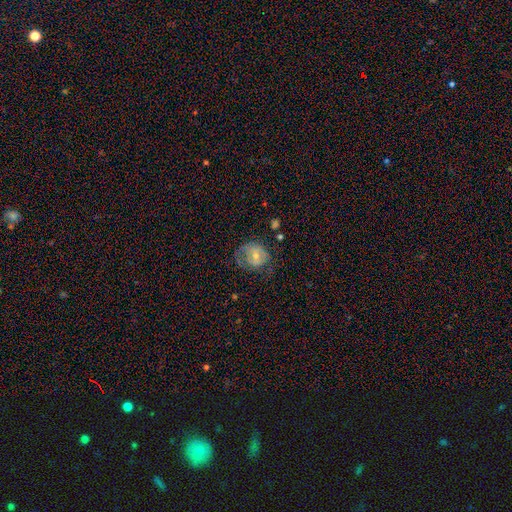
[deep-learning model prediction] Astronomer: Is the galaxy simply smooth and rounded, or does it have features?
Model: smooth — 49% (runner-up: featured or disk, 43%).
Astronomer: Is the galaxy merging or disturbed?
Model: none — 44% (runner-up: minor disturbance, 28%).